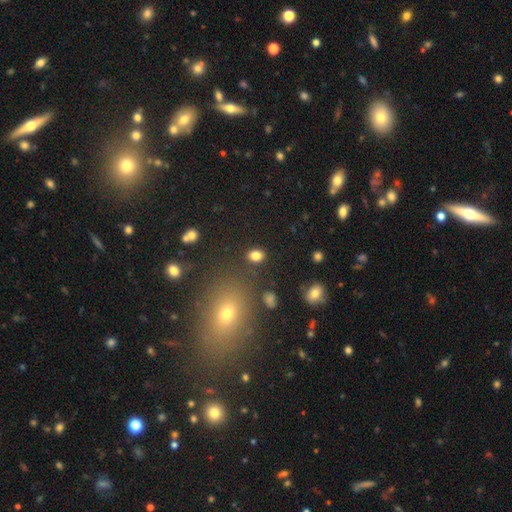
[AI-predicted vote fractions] Smooth or featured? smooth (82%)
How rounded? in between (65%)
Merging? none (84%)